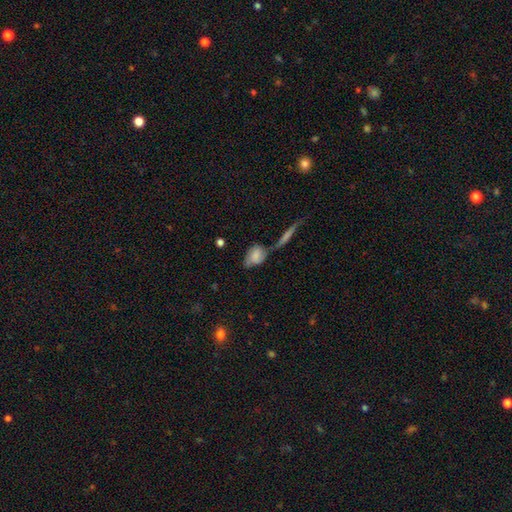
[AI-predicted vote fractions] A smooth galaxy with no disk features (55%) that is in between round and cigar-shaped (72%).

Vote fractions:
- Smooth or featured? smooth: 55% / featured or disk: 37% / star or artifact: 8%
- How rounded? in between: 72% / round: 23% / cigar-shaped: 5%
- Merging? none: 43% / minor disturbance: 23% / merger: 23% / major disturbance: 12%